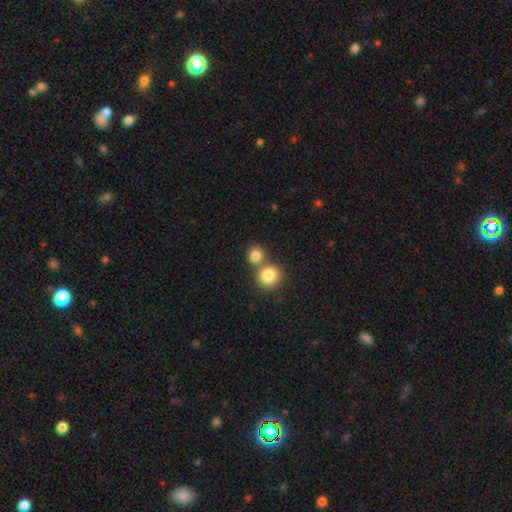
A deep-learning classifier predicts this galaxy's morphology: This appears to be a smooth galaxy with no disk features (84%) that is round (84%). Merging: none (50%).